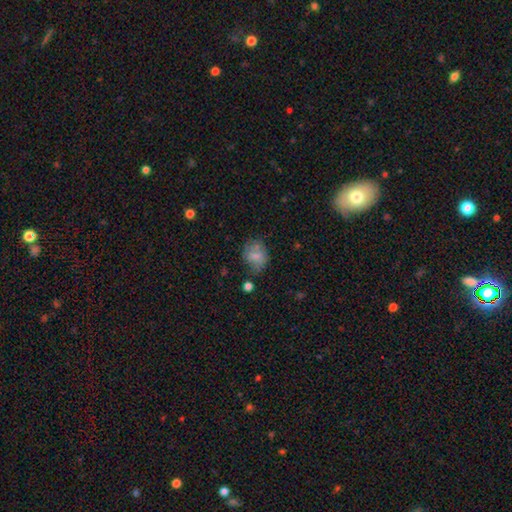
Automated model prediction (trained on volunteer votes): This appears to be a smooth galaxy with no disk features (71%) that is in between round and cigar-shaped (52%). Merging: none (51%).